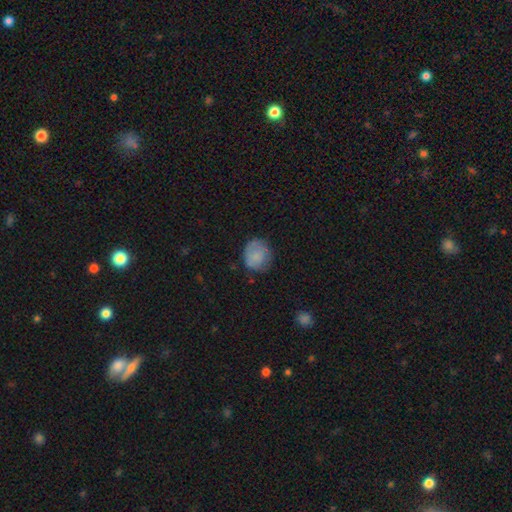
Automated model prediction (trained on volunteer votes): The model was most divided on "merging": none: 68%, minor disturbance: 24%, major disturbance: 7%, merger: 1%. More confident: how rounded — round (78%); smooth or featured — smooth (77%).